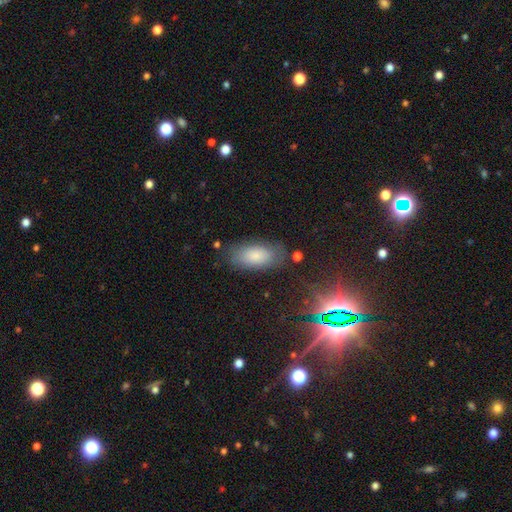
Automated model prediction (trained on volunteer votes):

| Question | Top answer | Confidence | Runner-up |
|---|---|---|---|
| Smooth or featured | smooth | 77% | featured or disk (13%) |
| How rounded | in between | 92% | cigar-shaped (5%) |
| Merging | none | 76% | minor disturbance (16%) |